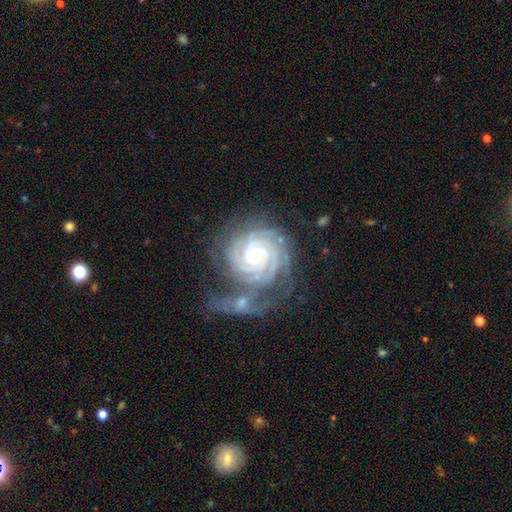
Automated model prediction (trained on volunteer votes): smooth-or-featured: featured or disk: 90% | star or artifact: 5% | smooth: 5%
  disk-edge-on: no: 98% | yes: 2%
    bar: no: 71% | weak: 20% | strong: 8%
    has-spiral-arms: yes: 98% | no: 2%
      spiral-winding: tight: 87% | medium: 11% | loose: 2%
      spiral-arm-count: 4: 26% | can't tell: 21% | 3: 19% | 2: 16% | more than 4: 12% | 1: 7%
    bulge-size: small: 72% | moderate: 23% | large: 2% | none: 2% | dominant: 1%
  merging: none: 43% | merger: 25% | minor disturbance: 20% | major disturbance: 13%